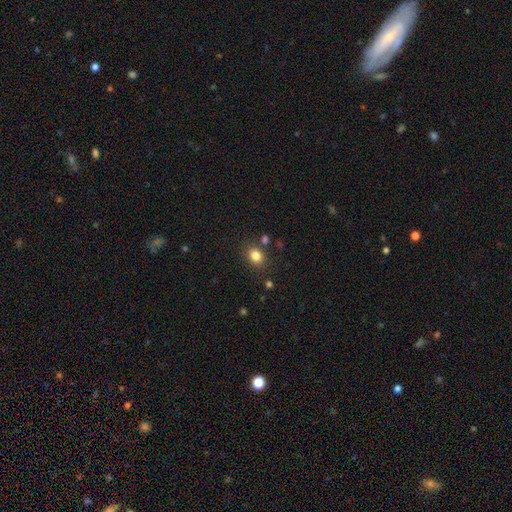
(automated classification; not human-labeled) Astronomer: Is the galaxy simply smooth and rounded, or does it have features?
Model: smooth — 83%.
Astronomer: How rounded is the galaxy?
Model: round — 55% (runner-up: in between, 44%).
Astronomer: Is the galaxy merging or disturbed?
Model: none — 81%.